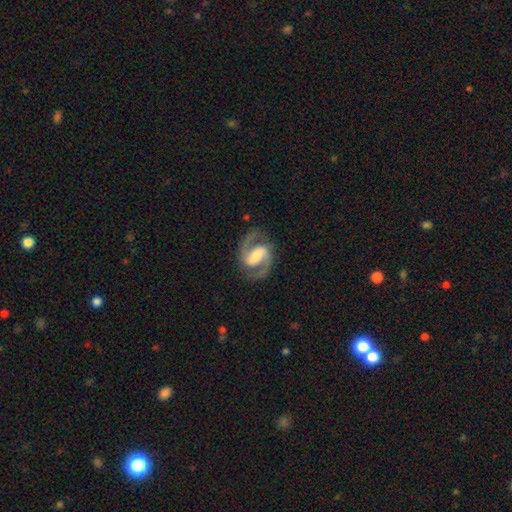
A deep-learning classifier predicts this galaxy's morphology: Smooth or featured? featured or disk (91%)
Edge-on disk? no (98%)
Bar? strong (45%)
Spiral arms? yes (98%)
Spiral winding? medium (64%)
Spiral arm count? 2 (94%)
Bulge size? moderate (52%)
Merging? none (83%)